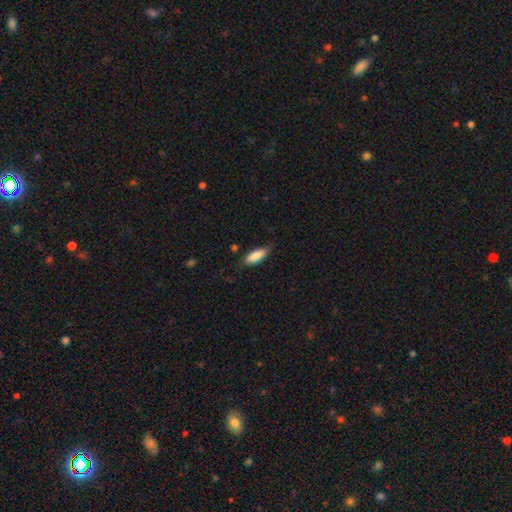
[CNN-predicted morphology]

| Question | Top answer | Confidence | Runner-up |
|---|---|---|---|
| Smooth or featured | smooth | 85% | featured or disk (9%) |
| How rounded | in between | 68% | cigar-shaped (30%) |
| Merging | none | 75% | minor disturbance (20%) |